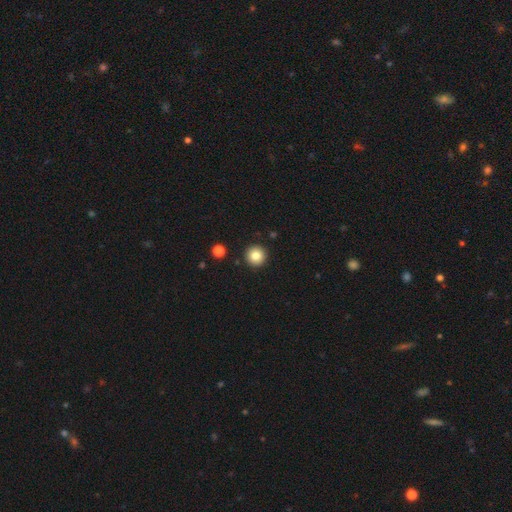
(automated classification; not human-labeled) smooth 83%, star or artifact 10%, featured or disk 7%. Down the decision tree: how rounded — round (95%); merging — none (92%).